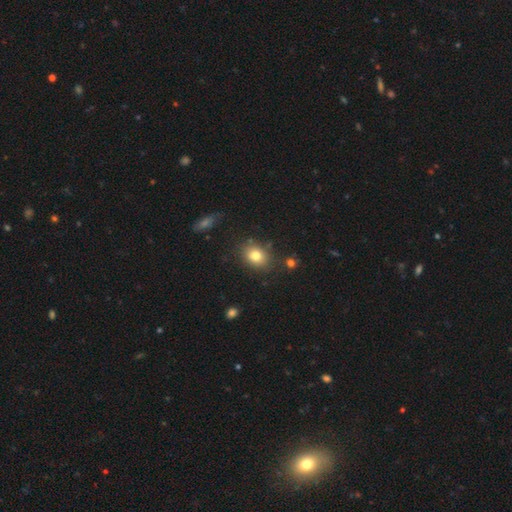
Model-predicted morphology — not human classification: The model was most divided on "how rounded": in between: 53%, round: 46%, cigar-shaped: 1%. More confident: merging — none (81%); smooth or featured — smooth (80%).